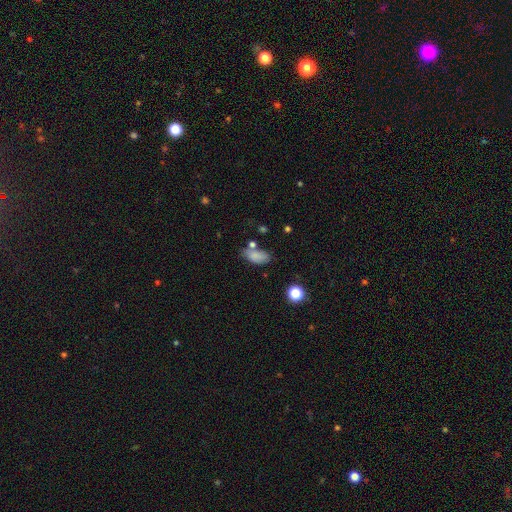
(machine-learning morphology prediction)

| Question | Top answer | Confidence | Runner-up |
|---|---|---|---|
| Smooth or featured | smooth | 80% | star or artifact (11%) |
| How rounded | in between | 90% | round (6%) |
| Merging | none | 59% | minor disturbance (22%) |